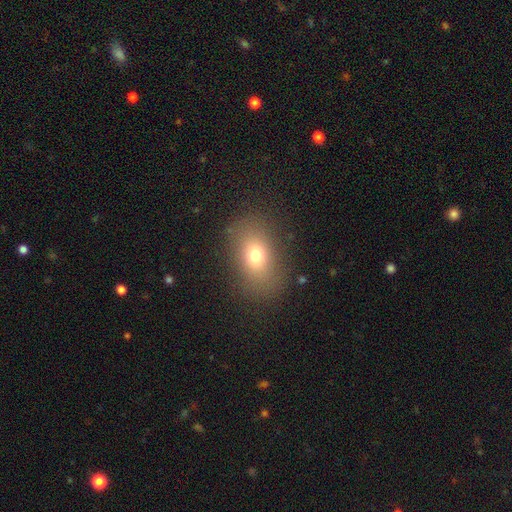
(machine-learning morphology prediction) type=smooth (71%); roundness=in between (75%); merging=none (83%).